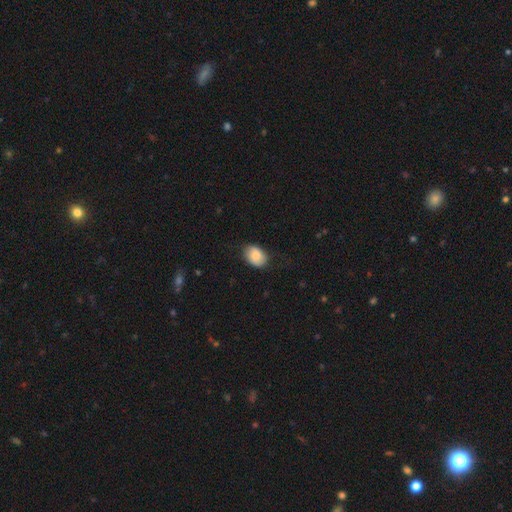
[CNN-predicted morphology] The model was most divided on "how rounded": in between: 78%, round: 21%, cigar-shaped: 1%. More confident: smooth or featured — smooth (83%); merging — none (78%).